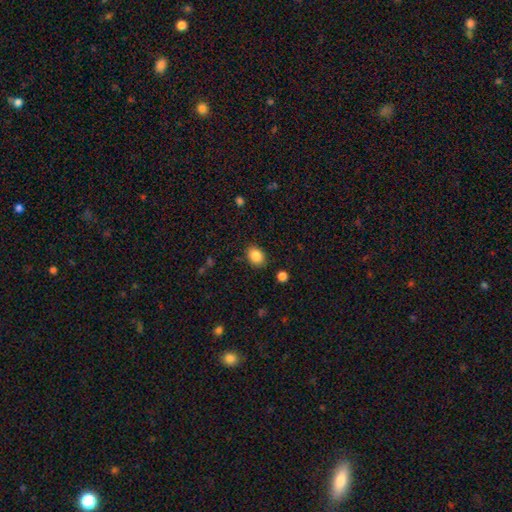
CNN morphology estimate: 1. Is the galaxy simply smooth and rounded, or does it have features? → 87% smooth, 9% star or artifact, 4% featured or disk.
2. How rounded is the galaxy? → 66% in between, 33% round, 1% cigar-shaped.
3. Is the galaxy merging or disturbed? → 84% none, 11% minor disturbance, 3% major disturbance, 2% merger.